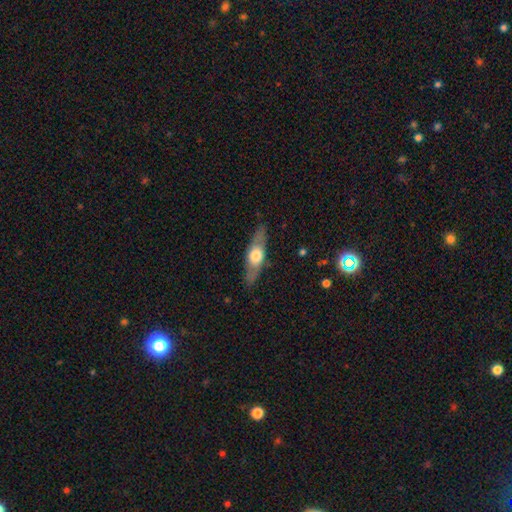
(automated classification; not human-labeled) Smooth or featured: featured or disk — 52% (smooth — 42%)
Edge-on disk: yes — 79% (no — 21%)
Merging: none — 83% (minor disturbance — 12%)